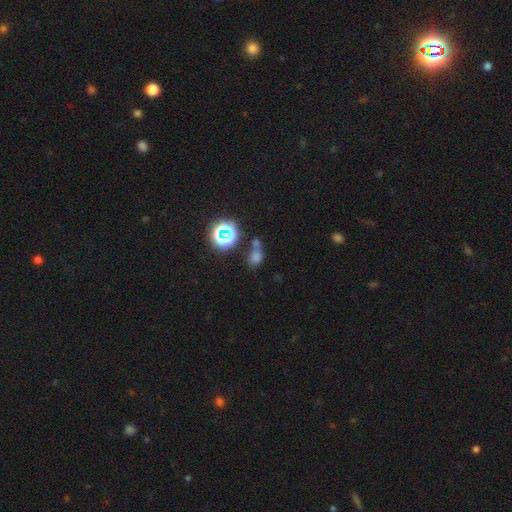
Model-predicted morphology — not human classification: This is possibly a smooth galaxy (50%). How rounded: likely round (62%). Merging: likely none (60%).